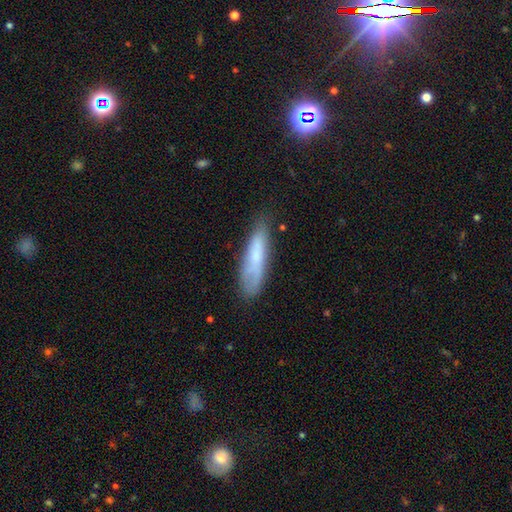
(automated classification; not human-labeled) A smooth galaxy with no disk features (64%) that is cigar-shaped (68%).

Vote fractions:
- Smooth or featured? smooth: 64% / featured or disk: 29% / star or artifact: 8%
- How rounded? cigar-shaped: 68% / in between: 30% / round: 2%
- Merging? none: 65% / minor disturbance: 25% / major disturbance: 7% / merger: 2%